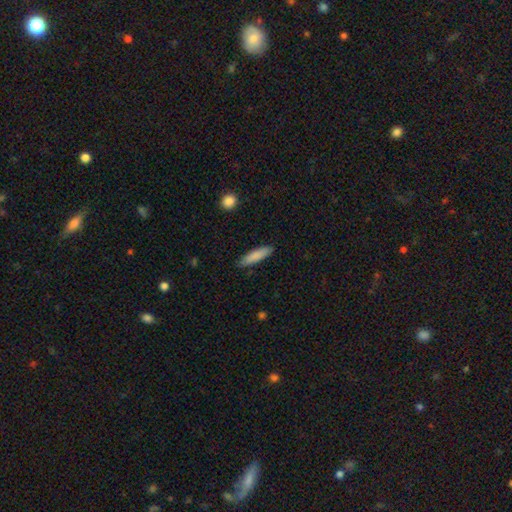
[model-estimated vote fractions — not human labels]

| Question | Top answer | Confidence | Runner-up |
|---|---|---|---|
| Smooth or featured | smooth | 83% | featured or disk (11%) |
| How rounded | cigar-shaped | 72% | in between (26%) |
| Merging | none | 85% | minor disturbance (12%) |